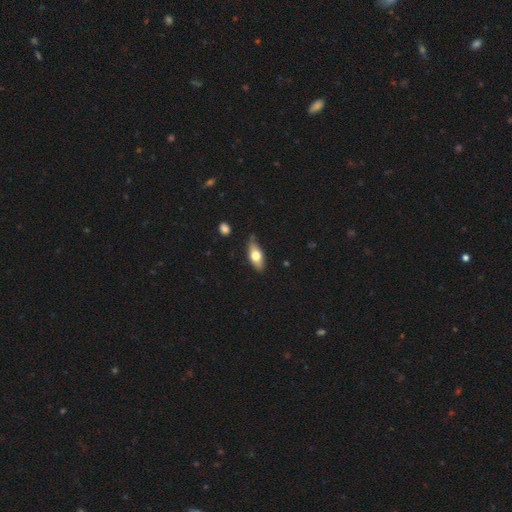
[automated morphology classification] This is likely a smooth galaxy (62%). How rounded: likely in between (77%). Merging: likely none (76%).